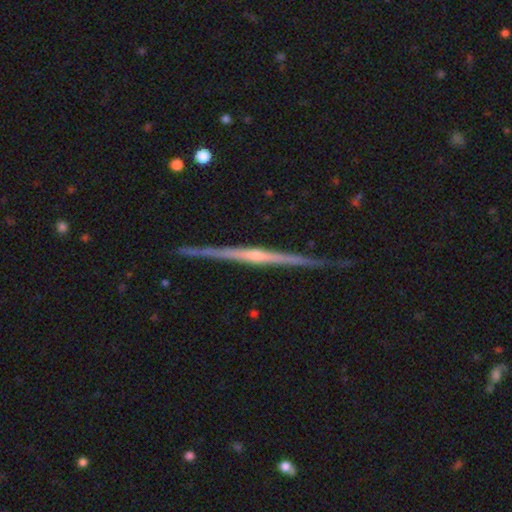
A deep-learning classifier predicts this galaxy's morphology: smooth-or-featured: featured or disk: 86% | smooth: 9% | star or artifact: 5%
  disk-edge-on: yes: 98% | no: 2%
    edge-on-bulge: rounded: 63% | none: 27% | boxy: 11%
  merging: none: 89% | minor disturbance: 8% | major disturbance: 1% | merger: 1%